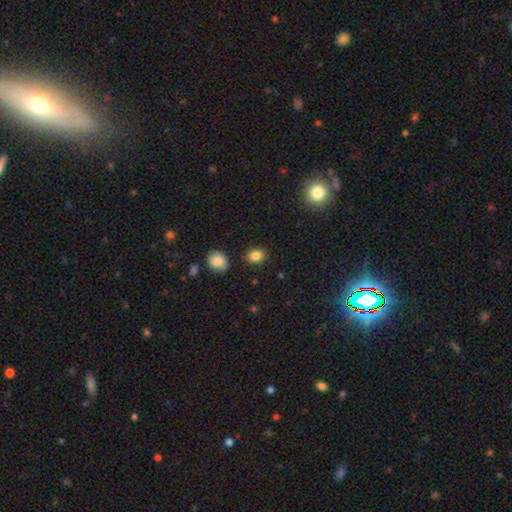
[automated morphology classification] A smooth galaxy with no disk features (85%) that is in between round and cigar-shaped (65%).

Vote fractions:
- Smooth or featured? smooth: 85% / star or artifact: 10% / featured or disk: 5%
- How rounded? in between: 65% / round: 34% / cigar-shaped: 1%
- Merging? none: 86% / minor disturbance: 10% / merger: 3% / major disturbance: 2%